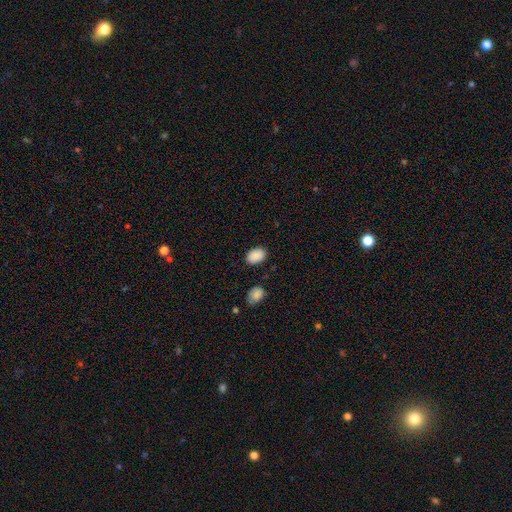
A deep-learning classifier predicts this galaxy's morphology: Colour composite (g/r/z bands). It shows a smooth galaxy with no disk features (89%) that is in between round and cigar-shaped (81%). Merging: none (84%).